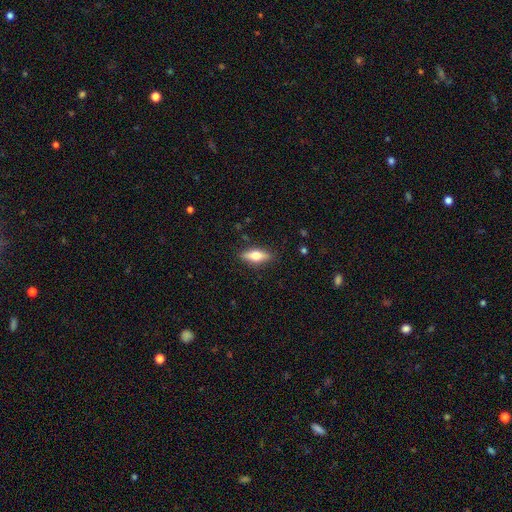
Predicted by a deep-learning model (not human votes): This appears to be a smooth galaxy with no disk features (52%) that is in between round and cigar-shaped (58%). Merging: none (87%).